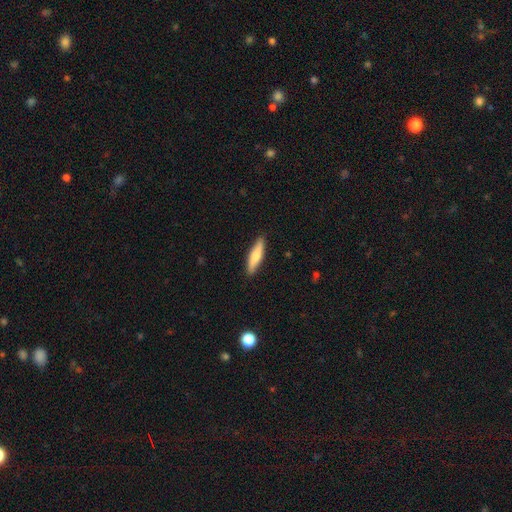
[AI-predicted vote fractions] Smooth or featured? Predicted: smooth (p=0.65). How rounded? Predicted: cigar-shaped (p=0.77). Merging? Predicted: none (p=0.89).